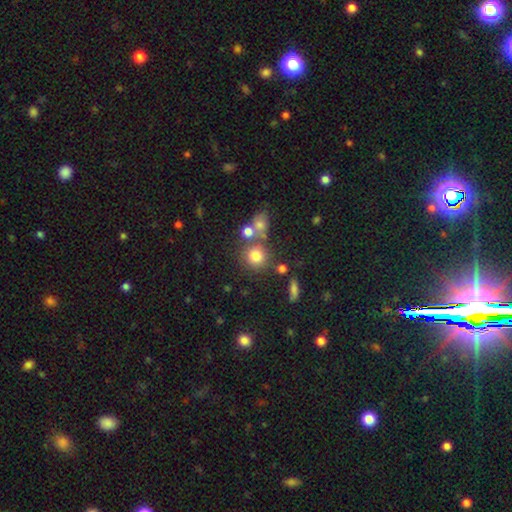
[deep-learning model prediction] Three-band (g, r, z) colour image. It shows a smooth galaxy with no disk features (76%) that is round (86%). Merging: none (63%).